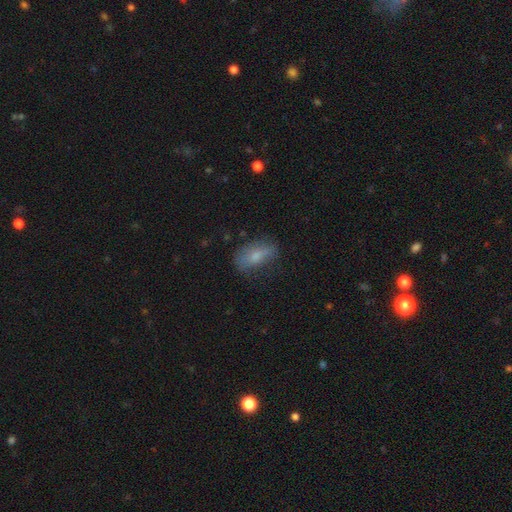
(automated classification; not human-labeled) A smooth galaxy with no disk features (68%) that is in between round and cigar-shaped (84%). Merging: none (59%).